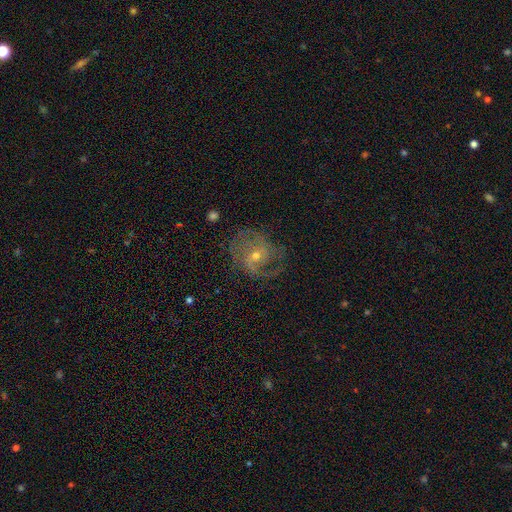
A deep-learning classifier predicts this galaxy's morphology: smooth_or_featured: featured or disk (p=0.81) [alt: smooth p=0.10]
disk_edge_on: no (p=0.97) [alt: yes p=0.03]
bar: no (p=0.51) [alt: weak p=0.39]
has_spiral_arms: yes (p=0.94) [alt: no p=0.06]
spiral_winding: medium (p=0.49) [alt: tight p=0.28]
spiral_arm_count: 2 (p=0.44) [alt: can't tell p=0.21]
bulge_size: small (p=0.52) [alt: moderate p=0.44]
merging: none (p=0.66) [alt: minor disturbance p=0.19]